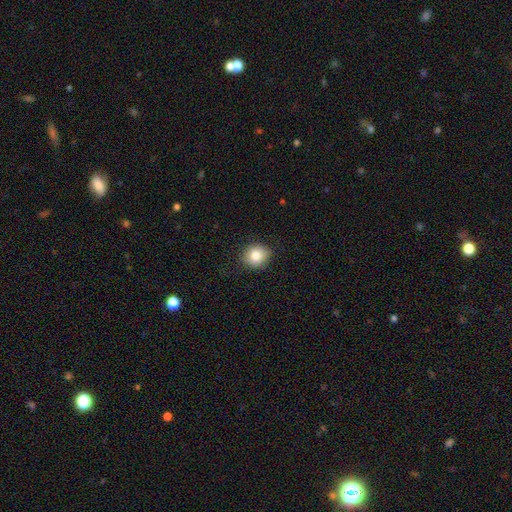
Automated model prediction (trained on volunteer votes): A smooth galaxy with no disk features (83%) that is round (79%).

Vote fractions:
- Smooth or featured? smooth: 83% / star or artifact: 10% / featured or disk: 8%
- How rounded? round: 79% / in between: 20% / cigar-shaped: 1%
- Merging? none: 86% / minor disturbance: 11% / major disturbance: 2% / merger: 1%